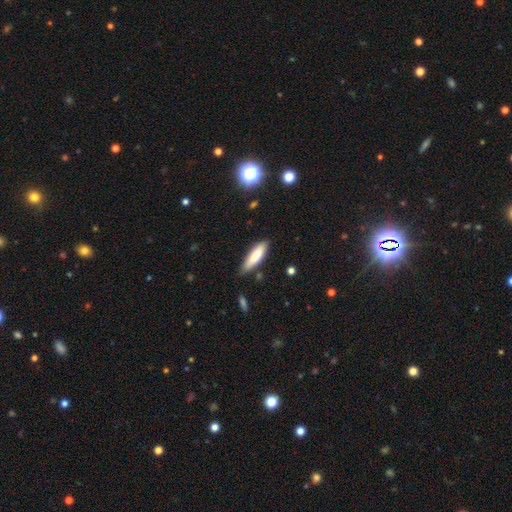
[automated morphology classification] The model was most divided on "how rounded": cigar-shaped: 60%, in between: 39%, round: 1%. More confident: smooth or featured — smooth (81%); merging — none (77%).